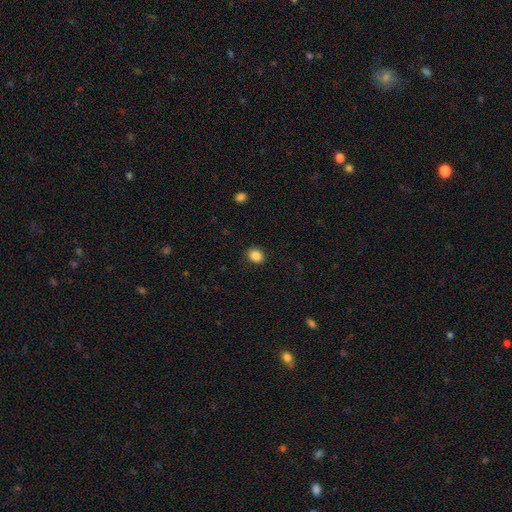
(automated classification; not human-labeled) Smooth or featured? smooth (87%)
How rounded? round (53%)
Merging? none (89%)